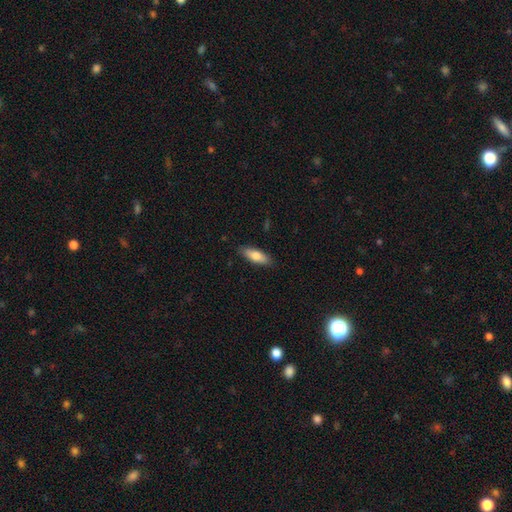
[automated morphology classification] This appears to be a smooth galaxy with no disk features (77%) that is in between round and cigar-shaped (63%). Merging: none (87%).